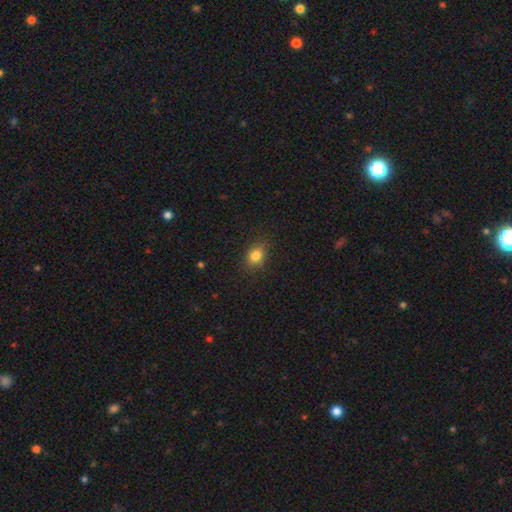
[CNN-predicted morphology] Smooth or featured? smooth (81%)
How rounded? in between (53%)
Merging? none (81%)